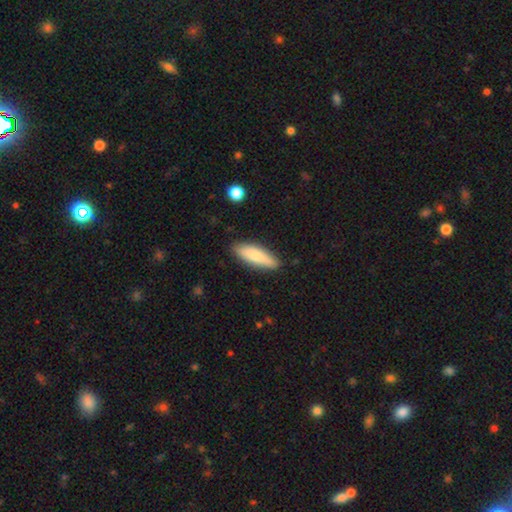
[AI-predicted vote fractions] Overall: smooth (79%). How rounded: cigar-shaped (54%; in between 44%). Merging: none (86%).